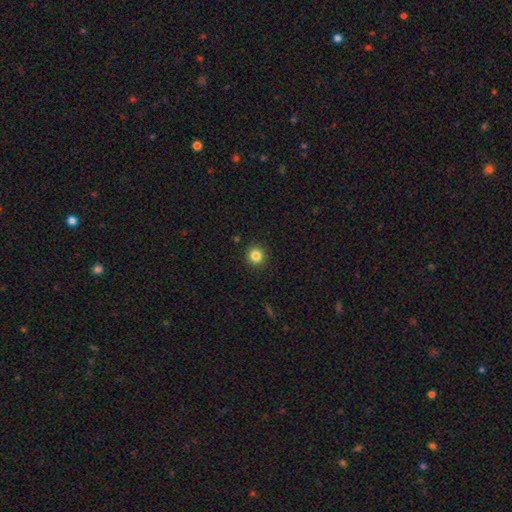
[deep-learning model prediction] A smooth galaxy with no disk features (83%) that is round (93%).

Vote fractions:
- Smooth or featured? smooth: 83% / star or artifact: 12% / featured or disk: 5%
- How rounded? round: 93% / in between: 6% / cigar-shaped: 1%
- Merging? none: 92% / minor disturbance: 5% / major disturbance: 2% / merger: 1%